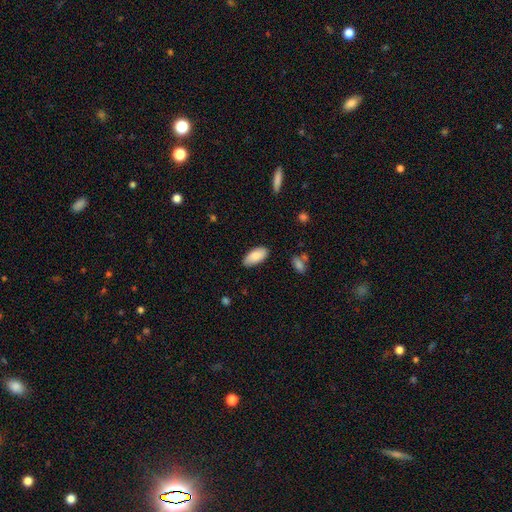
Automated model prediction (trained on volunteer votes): This appears to be a smooth galaxy with no disk features (85%) that is in between round and cigar-shaped (92%). Merging: none (82%).